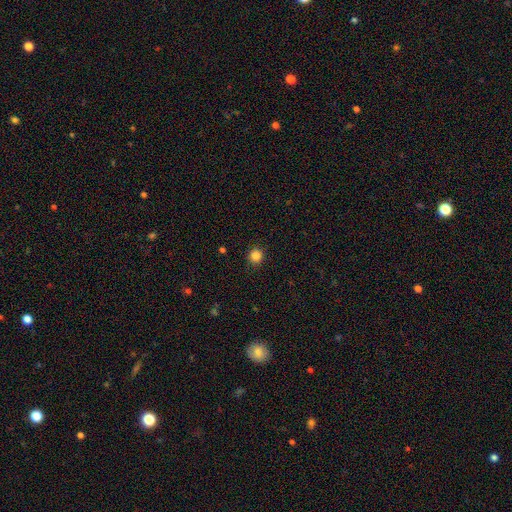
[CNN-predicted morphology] smooth-or-featured: smooth: 85% | star or artifact: 12% | featured or disk: 3%
  how-rounded: round: 92% | in between: 7% | cigar-shaped: 1%
  merging: none: 90% | minor disturbance: 7% | major disturbance: 2% | merger: 1%